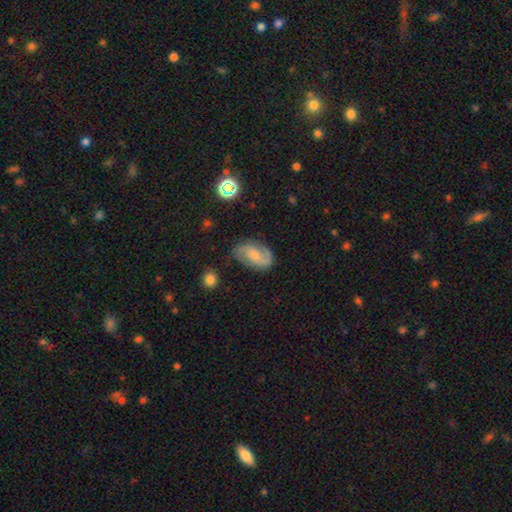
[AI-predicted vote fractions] Morphology: type=featured or disk (74%); edge-on=no (97%); bar=no (46%); spiral arms=yes (94%); winding=medium (49%); arm count=2 (85%); bulge=small (41%); merging=none (74%).